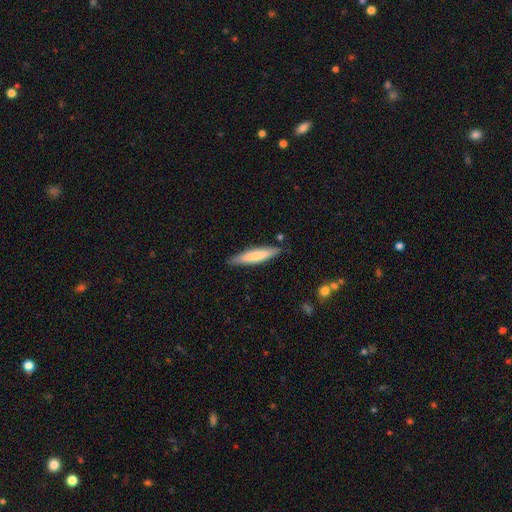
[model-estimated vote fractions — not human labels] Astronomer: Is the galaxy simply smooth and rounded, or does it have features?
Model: smooth — 71%.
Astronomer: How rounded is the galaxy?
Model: cigar-shaped — 86%.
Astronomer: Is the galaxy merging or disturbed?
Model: none — 85%.